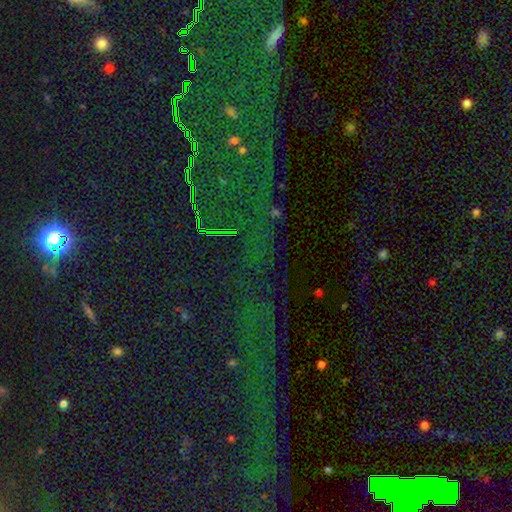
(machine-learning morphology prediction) A star or artifact, not a galaxy (79%).